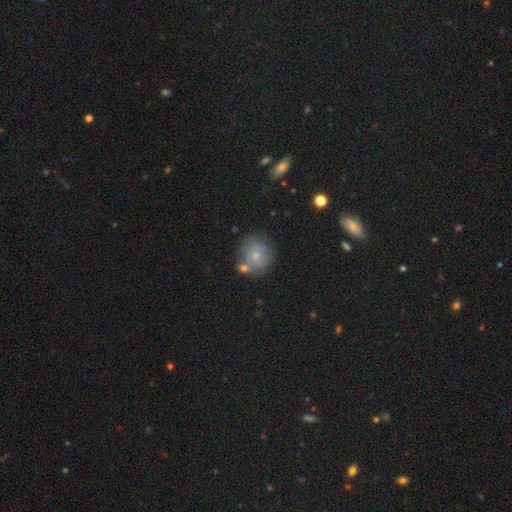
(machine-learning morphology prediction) smooth-or-featured: smooth: 66% | featured or disk: 24% | star or artifact: 10%
  how-rounded: round: 87% | in between: 12% | cigar-shaped: 1%
  merging: none: 61% | minor disturbance: 18% | merger: 15% | major disturbance: 6%